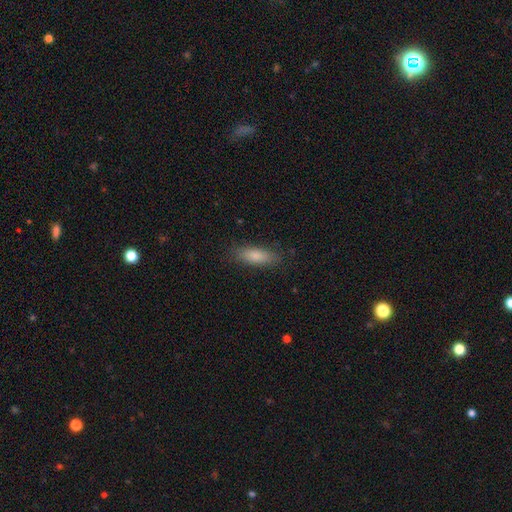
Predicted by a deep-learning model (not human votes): Smooth or featured? Predicted: smooth (p=0.83). How rounded? Predicted: in between (p=0.64). Merging? Predicted: none (p=0.84).